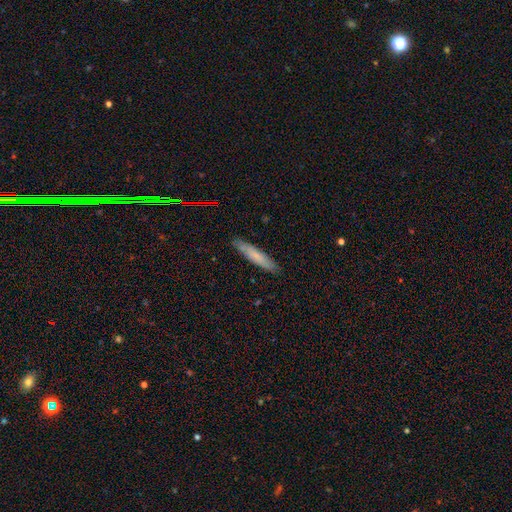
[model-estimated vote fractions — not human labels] Smooth or featured? Predicted: smooth (p=0.68). How rounded? Predicted: cigar-shaped (p=0.88). Merging? Predicted: none (p=0.86).